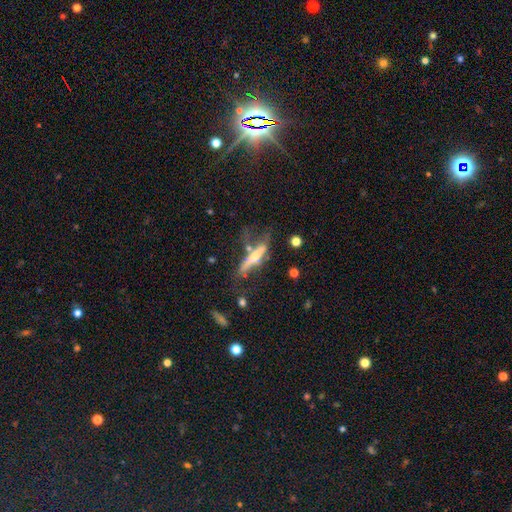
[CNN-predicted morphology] Smooth or featured?
  - featured or disk: 59% *
  - smooth: 32%
  - star or artifact: 8%
Edge-on disk?
  - yes: 84% *
  - no: 16%
Merging?
  - none: 41% *
  - minor disturbance: 24%
  - major disturbance: 22%
  - merger: 13%